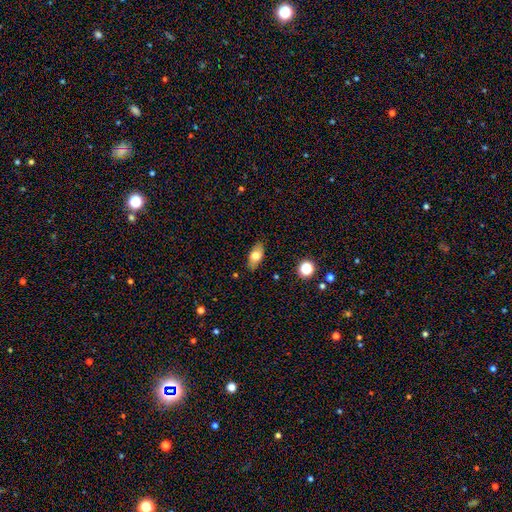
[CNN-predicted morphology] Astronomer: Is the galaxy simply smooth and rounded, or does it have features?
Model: smooth — 73%.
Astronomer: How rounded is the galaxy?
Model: in between — 89%.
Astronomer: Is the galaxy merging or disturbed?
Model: none — 86%.